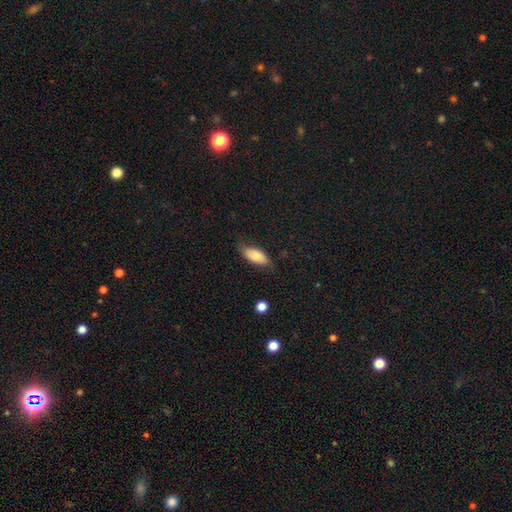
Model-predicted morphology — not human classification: Q: Smooth or featured?
A: smooth (76%); runner-up: featured or disk (17%)
Q: How rounded?
A: in between (88%); runner-up: cigar-shaped (10%)
Q: Merging?
A: none (72%); runner-up: minor disturbance (22%)